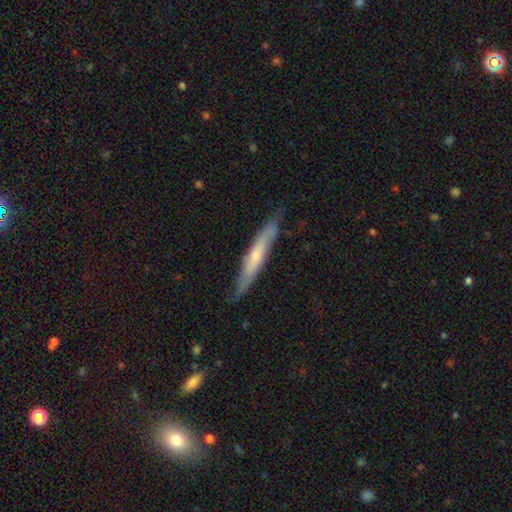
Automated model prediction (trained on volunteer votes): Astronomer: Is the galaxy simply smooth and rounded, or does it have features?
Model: smooth — 49% (runner-up: featured or disk, 45%).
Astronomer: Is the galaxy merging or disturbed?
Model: none — 78%.